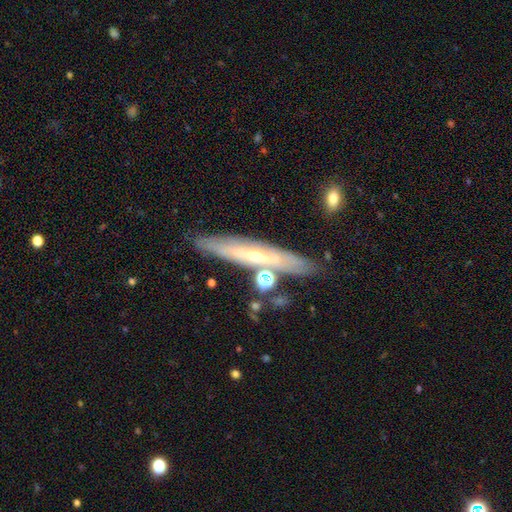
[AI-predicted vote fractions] This appears to be a featured or disk galaxy (65%) viewed edge-on (75%). Merging: none (77%).